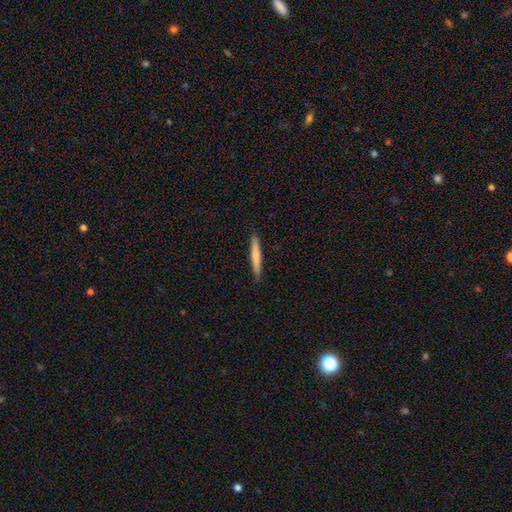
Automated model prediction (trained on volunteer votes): smooth_or_featured: smooth (p=0.70) [alt: featured or disk p=0.25]
how_rounded: cigar-shaped (p=0.96) [alt: in between p=0.03]
merging: none (p=0.90) [alt: minor disturbance p=0.07]